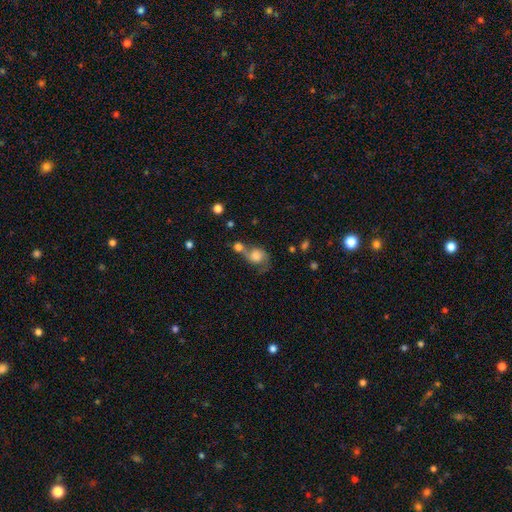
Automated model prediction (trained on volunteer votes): Smooth or featured? Predicted: smooth (p=0.59). How rounded? Predicted: round (p=0.65). Merging? Predicted: merger (p=0.49).